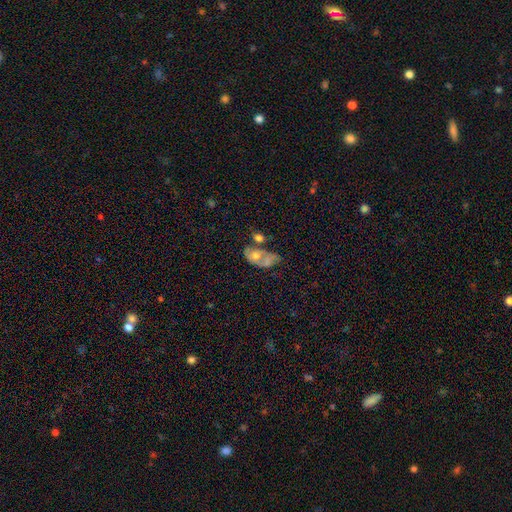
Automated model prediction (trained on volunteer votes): smooth-or-featured: smooth: 51% | featured or disk: 41% | star or artifact: 8%
  how-rounded: in between: 86% | round: 12% | cigar-shaped: 2%
  merging: merger: 46% | none: 19% | major disturbance: 18% | minor disturbance: 16%